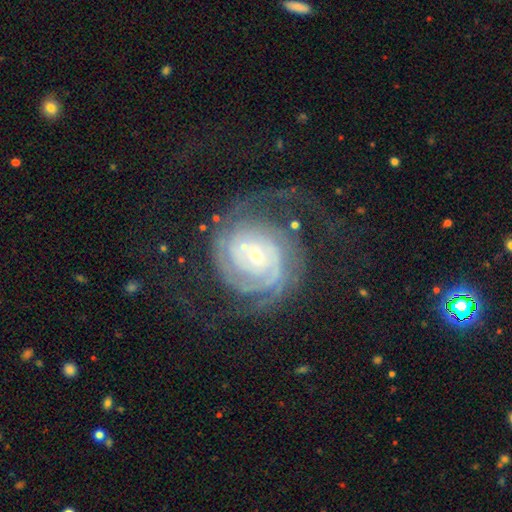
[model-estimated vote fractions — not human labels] smooth_or_featured: featured or disk (p=0.89) [alt: star or artifact p=0.06]
disk_edge_on: no (p=0.98) [alt: yes p=0.02]
bar: no (p=0.63) [alt: weak p=0.26]
has_spiral_arms: yes (p=0.98) [alt: no p=0.02]
spiral_winding: tight (p=0.67) [alt: medium p=0.25]
spiral_arm_count: 2 (p=0.53) [alt: can't tell p=0.16]
bulge_size: small (p=0.77) [alt: moderate p=0.17]
merging: none (p=0.58) [alt: major disturbance p=0.23]